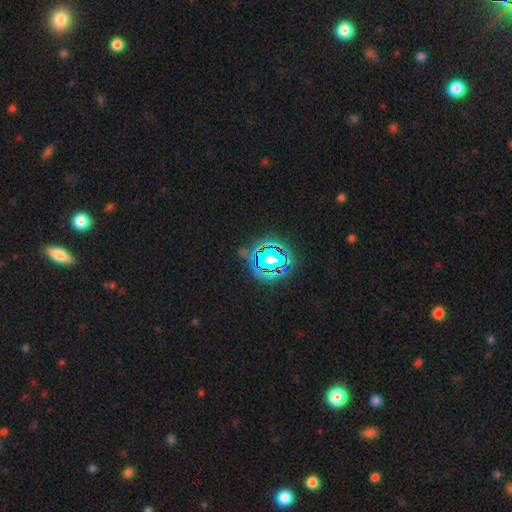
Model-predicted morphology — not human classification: type=star or artifact (79%).